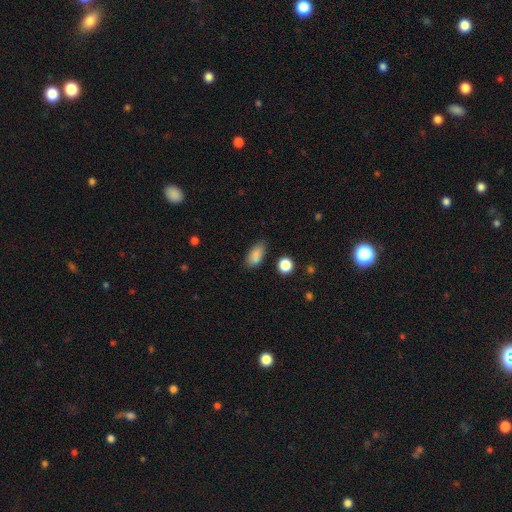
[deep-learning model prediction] smooth 87%, star or artifact 8%, featured or disk 5%. Down the decision tree: how rounded — in between (89%); merging — none (76%).